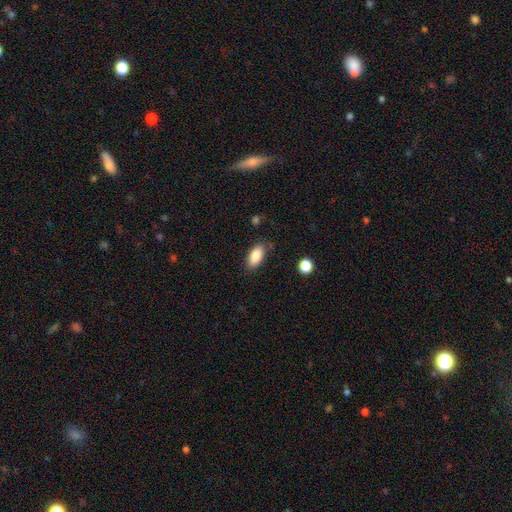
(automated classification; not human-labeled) This is clearly a smooth galaxy (87%). How rounded: clearly in between (91%). Merging: likely none (78%).